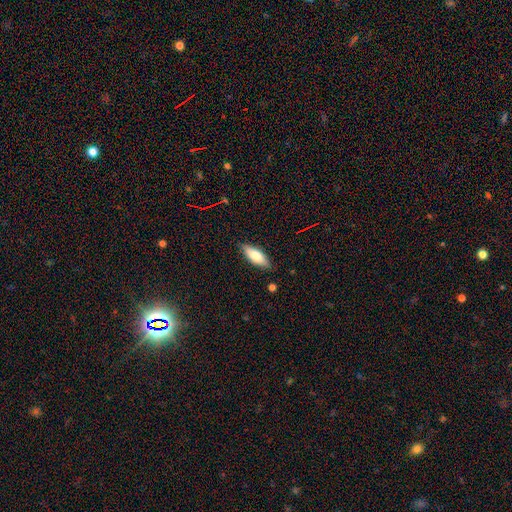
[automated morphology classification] The model was most divided on "how rounded": in between: 70%, cigar-shaped: 28%, round: 2%. More confident: merging — none (86%); smooth or featured — smooth (73%).